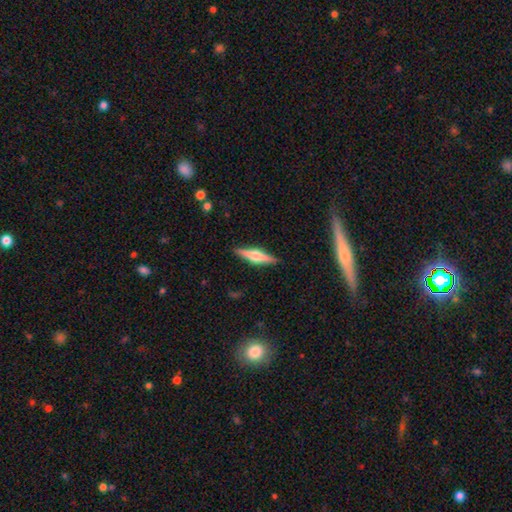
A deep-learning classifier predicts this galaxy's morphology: featured or disk 63%, smooth 31%, star or artifact 6%. Down the decision tree: edge-on disk — yes (97%); edge-on bulge — rounded (89%); merging — none (89%).